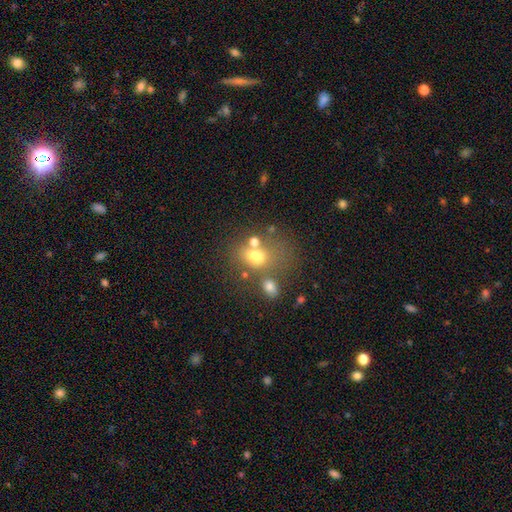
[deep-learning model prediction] A smooth galaxy with no disk features (58%) that is in between round and cigar-shaped (62%).

Vote fractions:
- Smooth or featured? smooth: 58% / featured or disk: 23% / star or artifact: 18%
- How rounded? in between: 62% / round: 36% / cigar-shaped: 2%
- Merging? merger: 38% / none: 37% / minor disturbance: 13% / major disturbance: 12%